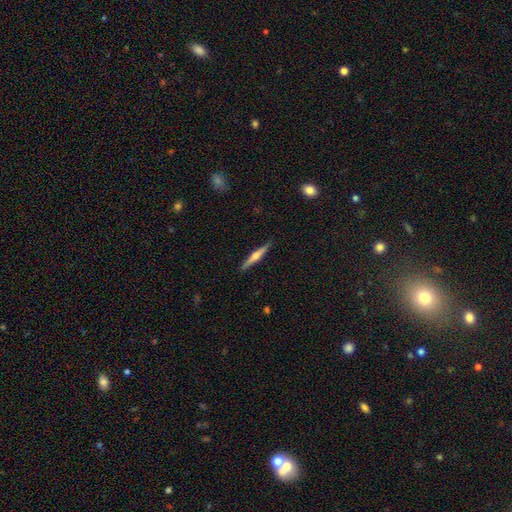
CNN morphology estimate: Smooth or featured? featured or disk (62%)
Edge-on disk? yes (98%)
Edge-on bulge? rounded (84%)
Merging? none (89%)